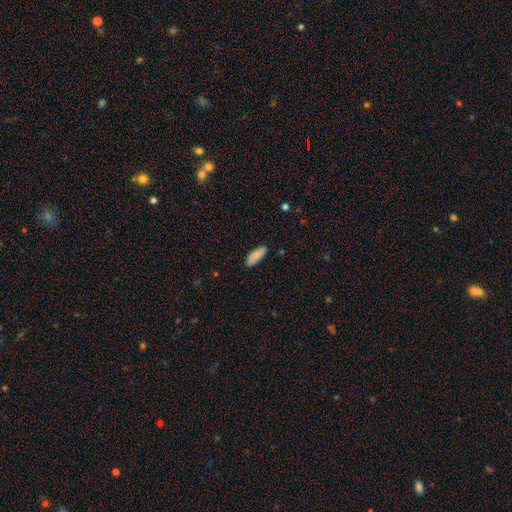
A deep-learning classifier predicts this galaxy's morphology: This appears to be a smooth galaxy with no disk features (87%) that is in between round and cigar-shaped (71%). Merging: none (85%).